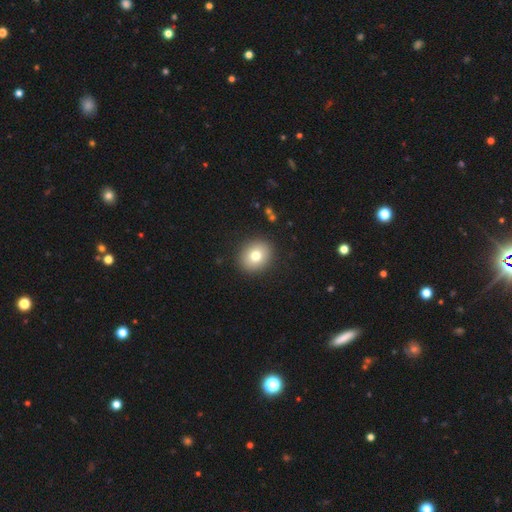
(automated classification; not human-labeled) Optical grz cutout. It shows a smooth galaxy with no disk features (77%) that is round (72%). Merging: none (90%).